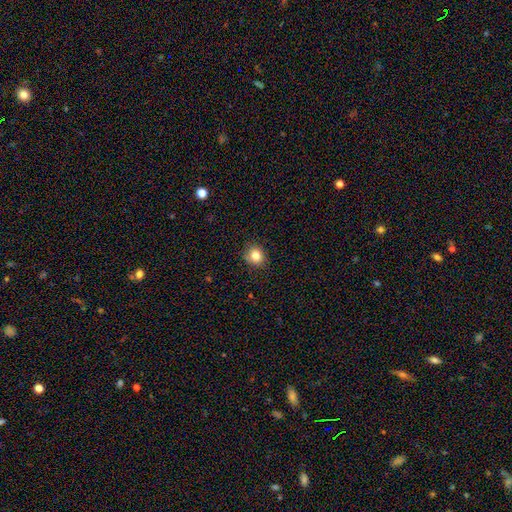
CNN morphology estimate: The model was most divided on "how rounded": round: 76%, in between: 23%, cigar-shaped: 1%. More confident: merging — none (85%); smooth or featured — smooth (82%).